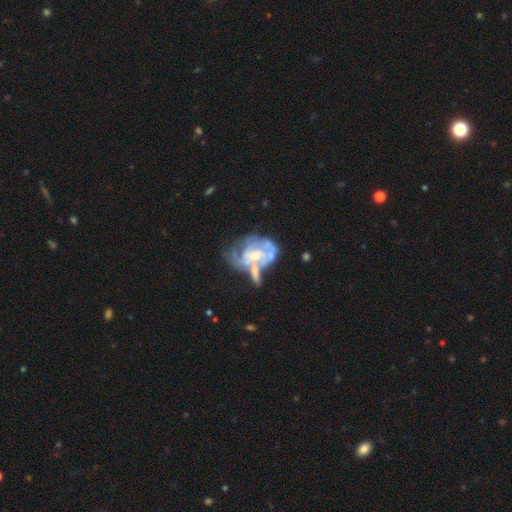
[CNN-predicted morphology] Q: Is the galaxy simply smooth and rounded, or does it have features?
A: featured or disk — 77%.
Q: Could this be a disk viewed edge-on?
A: no — 98%.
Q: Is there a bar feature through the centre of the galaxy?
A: no — 75%.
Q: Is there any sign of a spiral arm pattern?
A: yes — 50%, tied with no.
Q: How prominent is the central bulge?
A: moderate — 45%.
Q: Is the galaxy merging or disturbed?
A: major disturbance — 30%, tied with merger.